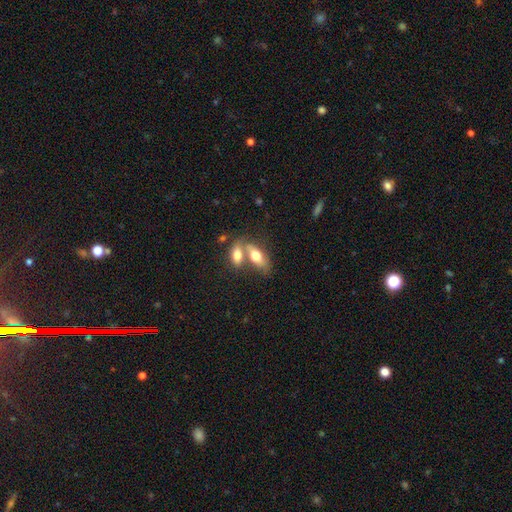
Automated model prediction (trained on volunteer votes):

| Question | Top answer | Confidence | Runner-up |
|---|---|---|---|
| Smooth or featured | smooth | 69% | featured or disk (25%) |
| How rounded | in between | 82% | cigar-shaped (13%) |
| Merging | merger | 59% | none (29%) |